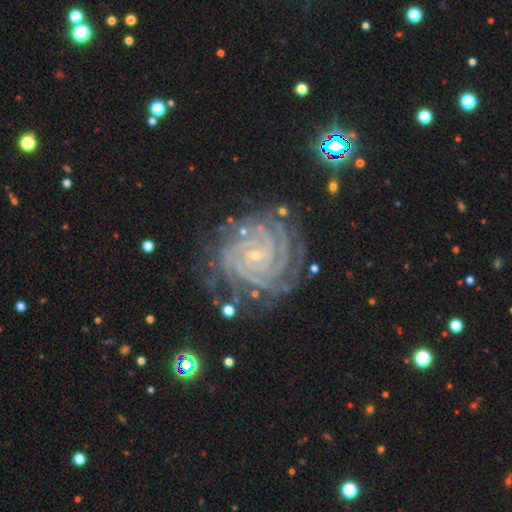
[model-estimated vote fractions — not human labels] The model was most divided on "spiral arm count": 4: 29%, 3: 20%, more than 4: 16%, 2: 15%, can't tell: 12%, 1: 8%. More confident: spiral arms — yes (99%); edge-on disk — no (98%); smooth or featured — featured or disk (92%); spiral winding — tight (88%); bulge size — small (87%); merging — none (77%); bar — no (65%).